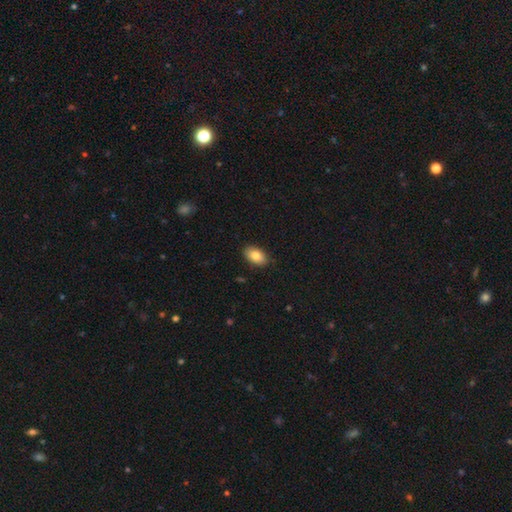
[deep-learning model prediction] Q: Smooth or featured?
A: smooth (83%); runner-up: featured or disk (10%)
Q: How rounded?
A: in between (91%); runner-up: round (7%)
Q: Merging?
A: none (86%); runner-up: minor disturbance (11%)